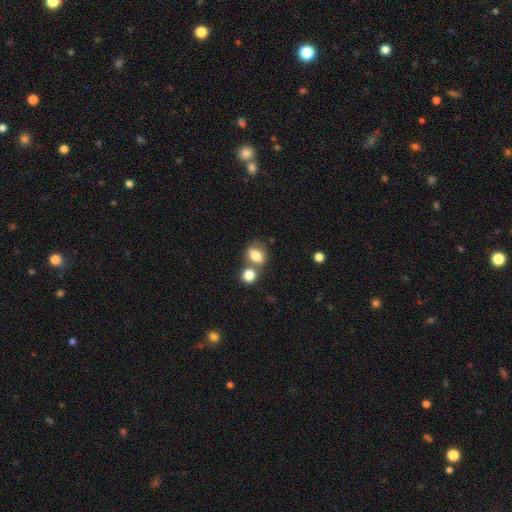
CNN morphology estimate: smooth 79%, featured or disk 11%, star or artifact 10%. Down the decision tree: how rounded — in between (62%); merging — none (46%).